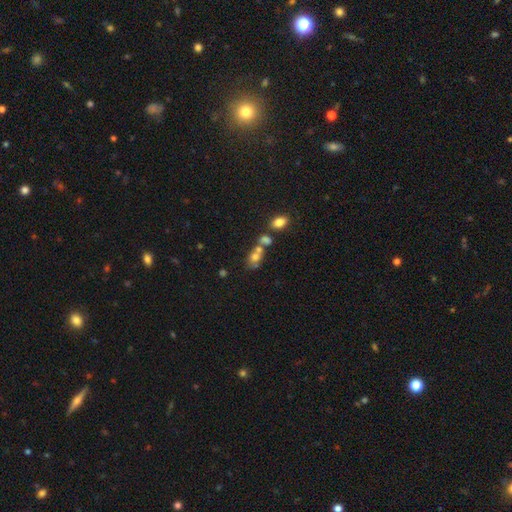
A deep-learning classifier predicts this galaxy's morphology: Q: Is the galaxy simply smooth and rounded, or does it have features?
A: smooth — 58%.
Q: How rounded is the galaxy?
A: in between — 65%.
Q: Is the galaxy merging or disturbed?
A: merger — 48%.